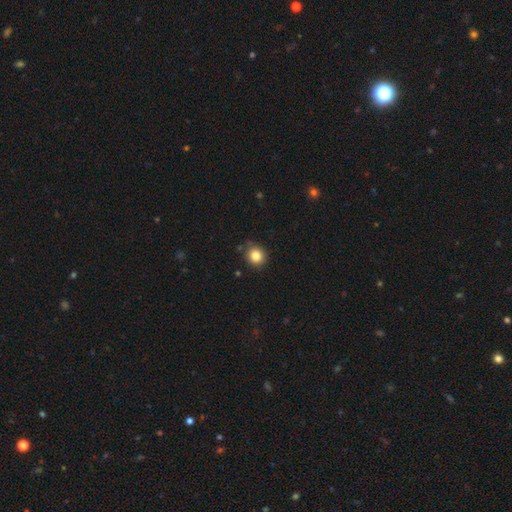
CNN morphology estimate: Overall: smooth (83%). How rounded: round (85%). Merging: none (84%).